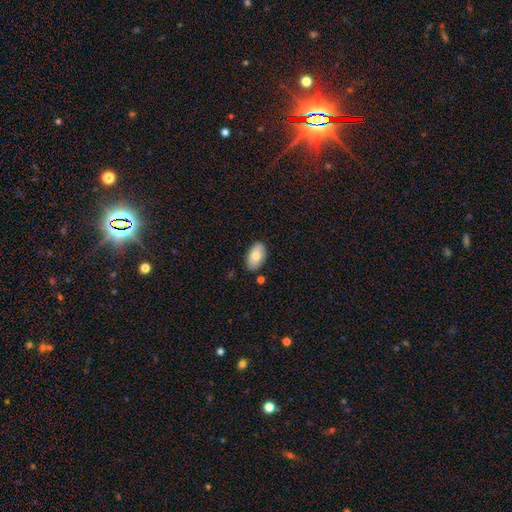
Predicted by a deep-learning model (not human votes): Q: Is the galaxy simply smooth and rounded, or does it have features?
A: smooth — 76%.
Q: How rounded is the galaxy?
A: in between — 94%.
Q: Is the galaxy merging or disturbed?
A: none — 81%.